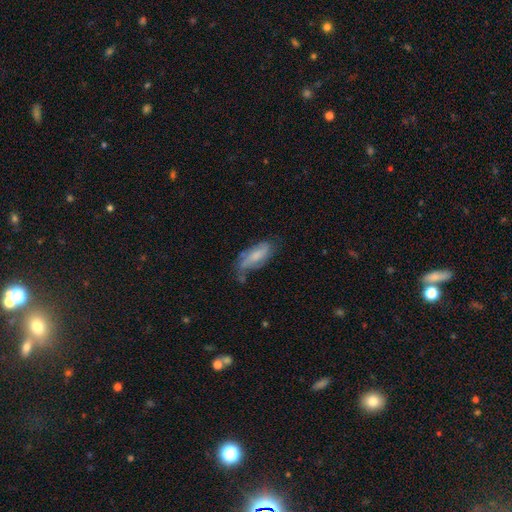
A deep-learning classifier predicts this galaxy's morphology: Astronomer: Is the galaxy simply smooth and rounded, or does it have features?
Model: smooth — 50% (runner-up: featured or disk, 42%).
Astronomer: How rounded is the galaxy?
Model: in between — 75%.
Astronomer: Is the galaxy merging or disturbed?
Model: none — 52% (runner-up: minor disturbance, 32%).